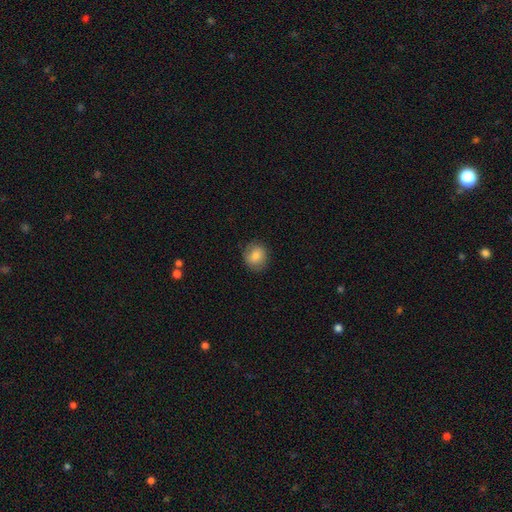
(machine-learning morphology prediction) A smooth galaxy with no disk features (82%) that is round (77%).

Vote fractions:
- Smooth or featured? smooth: 82% / featured or disk: 10% / star or artifact: 8%
- How rounded? round: 77% / in between: 22% / cigar-shaped: 1%
- Merging? none: 84% / minor disturbance: 12% / major disturbance: 3% / merger: 1%